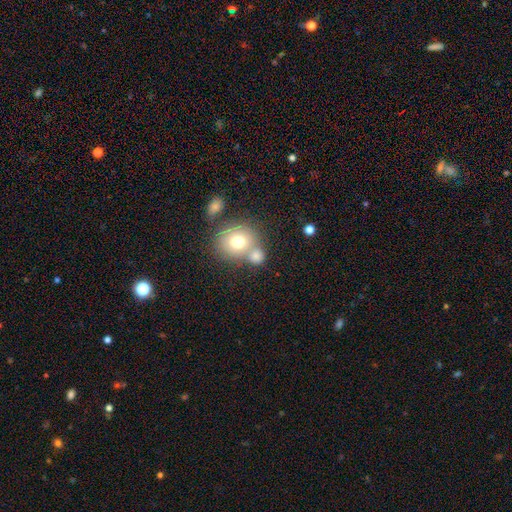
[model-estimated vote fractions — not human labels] smooth_or_featured: smooth (p=0.75) [alt: featured or disk p=0.14]
how_rounded: round (p=0.78) [alt: in between p=0.21]
merging: none (p=0.45) [alt: merger p=0.40]